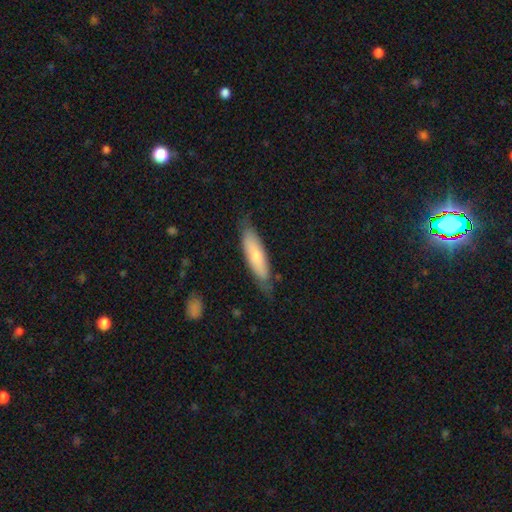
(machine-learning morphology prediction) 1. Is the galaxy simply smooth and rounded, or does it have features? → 69% smooth, 25% featured or disk, 5% star or artifact.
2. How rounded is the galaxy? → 66% cigar-shaped, 33% in between, 1% round.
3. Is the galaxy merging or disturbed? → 73% none, 21% minor disturbance, 5% major disturbance, 1% merger.